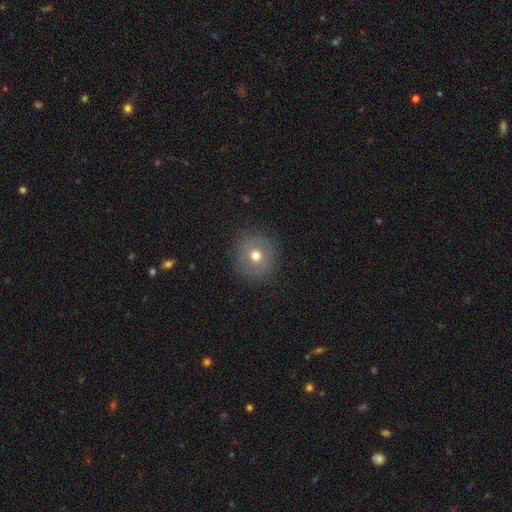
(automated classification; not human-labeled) The model was most divided on "smooth or featured": smooth: 64%, featured or disk: 24%, star or artifact: 12%. More confident: how rounded — round (92%); merging — none (86%).